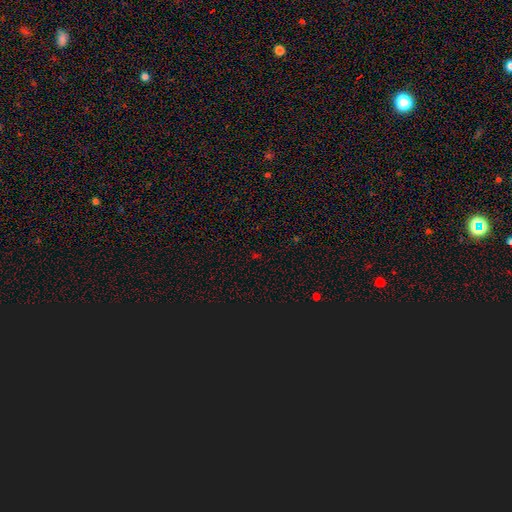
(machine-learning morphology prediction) star or artifact 66%, smooth 27%, featured or disk 7%.